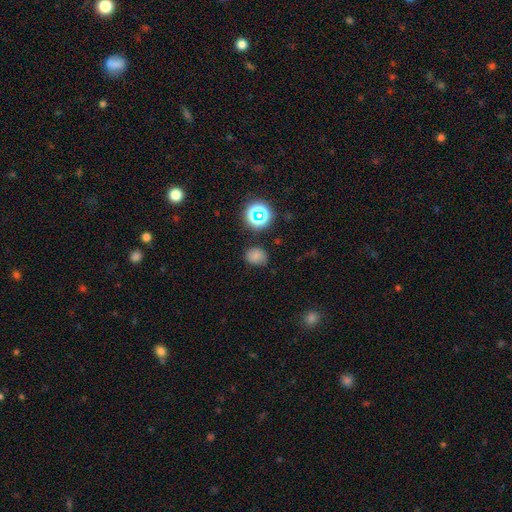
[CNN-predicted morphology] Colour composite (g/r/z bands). It shows a smooth galaxy with no disk features (73%) that is round (52%). Merging: none (78%).